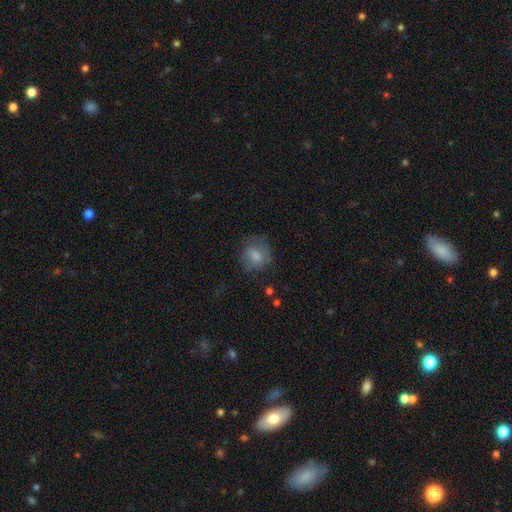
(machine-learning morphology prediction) The model was most divided on "merging": none: 63%, minor disturbance: 23%, major disturbance: 13%, merger: 2%. More confident: how rounded — round (70%); smooth or featured — smooth (69%).